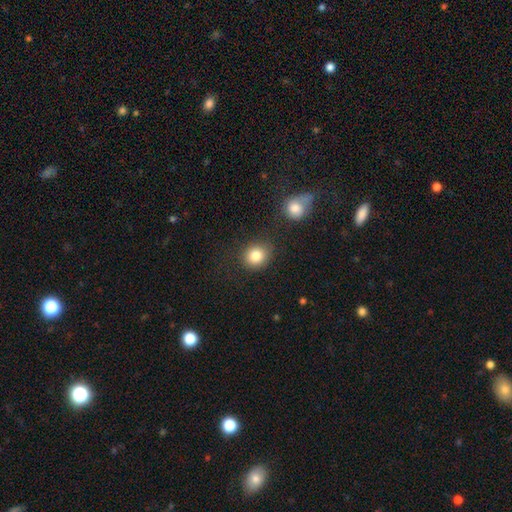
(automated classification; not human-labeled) A smooth galaxy with no disk features (84%) that is round (75%).

Vote fractions:
- Smooth or featured? smooth: 84% / star or artifact: 9% / featured or disk: 7%
- How rounded? round: 75% / in between: 24% / cigar-shaped: 1%
- Merging? none: 80% / minor disturbance: 11% / merger: 5% / major disturbance: 4%